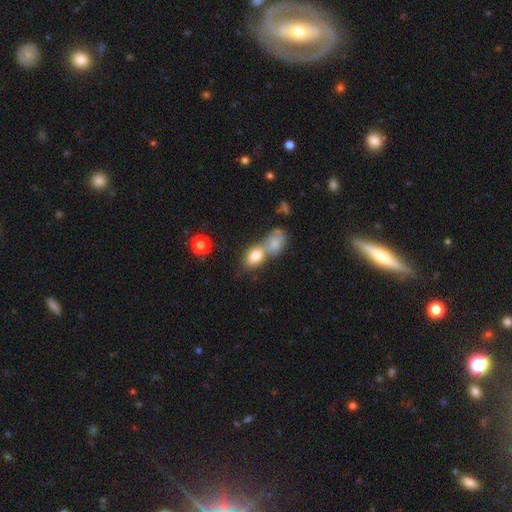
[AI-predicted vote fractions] Smooth or featured: smooth — 79% (featured or disk — 13%)
How rounded: in between — 80% (round — 18%)
Merging: merger — 65% (none — 24%)